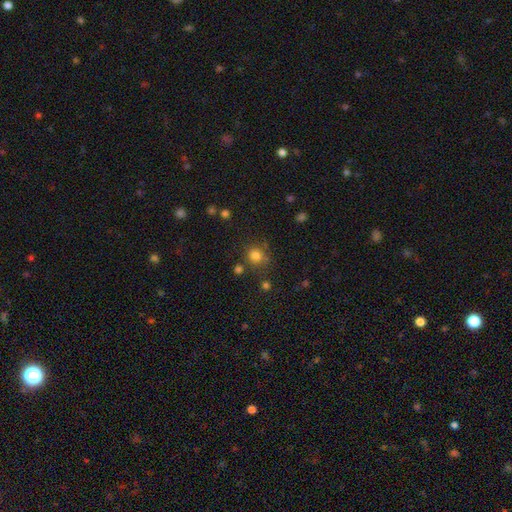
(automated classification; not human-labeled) The model was most divided on "merging": none: 75%, minor disturbance: 12%, merger: 8%, major disturbance: 5%. More confident: how rounded — round (89%); smooth or featured — smooth (80%).